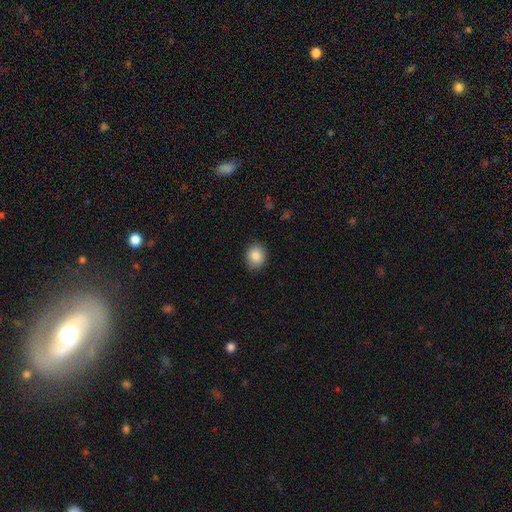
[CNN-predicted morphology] This appears to be a smooth galaxy with no disk features (87%) that is round (63%). Merging: none (87%).